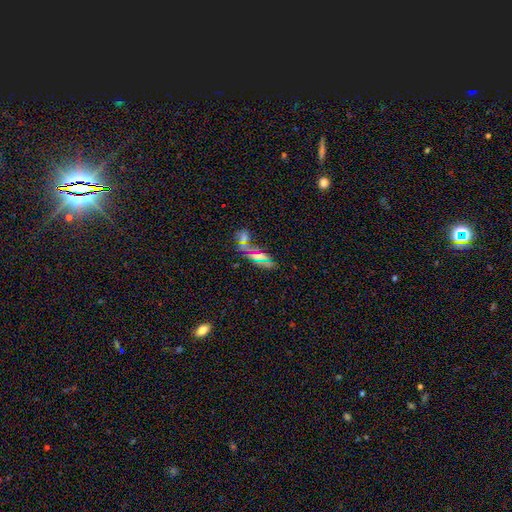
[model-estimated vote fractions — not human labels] A featured or disk galaxy (36%).

Vote fractions:
- Smooth or featured? featured or disk: 36% / smooth: 32% / star or artifact: 32%
- Merging? none: 42% / merger: 35% / minor disturbance: 12% / major disturbance: 11%